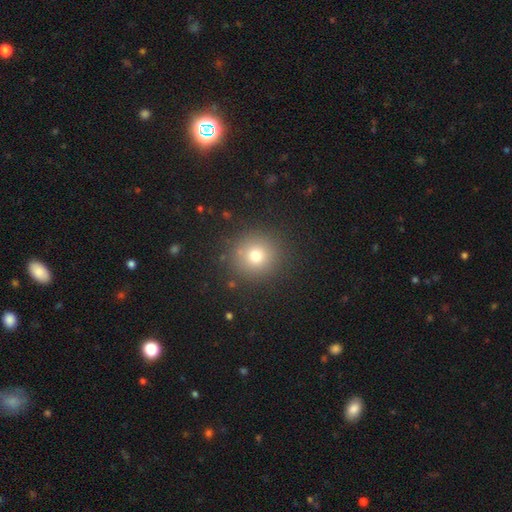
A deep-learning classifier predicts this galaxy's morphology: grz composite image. It shows a smooth galaxy with no disk features (74%) that is round (94%). Merging: none (89%).